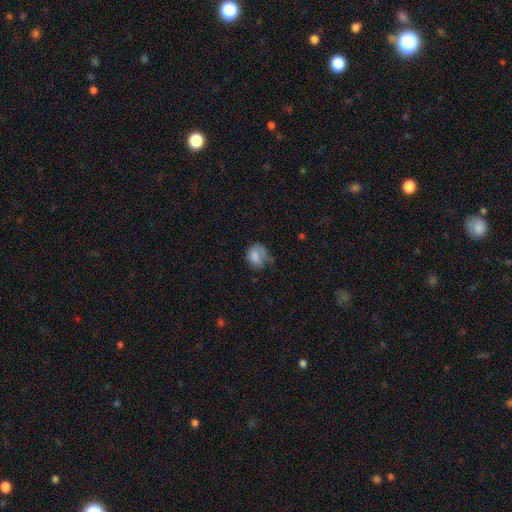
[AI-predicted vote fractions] This appears to be a smooth galaxy with no disk features (75%) that is round (59%). Merging: none (43%).